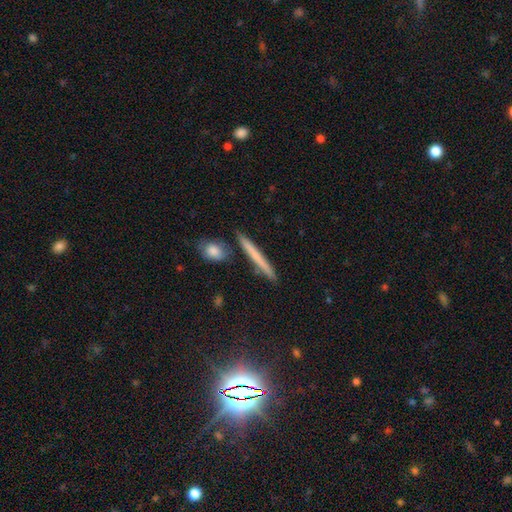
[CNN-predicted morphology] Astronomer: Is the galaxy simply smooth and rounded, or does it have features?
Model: smooth — 58% (runner-up: featured or disk, 34%).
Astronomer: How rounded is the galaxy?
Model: cigar-shaped — 95%.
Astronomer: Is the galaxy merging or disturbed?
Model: none — 86%.